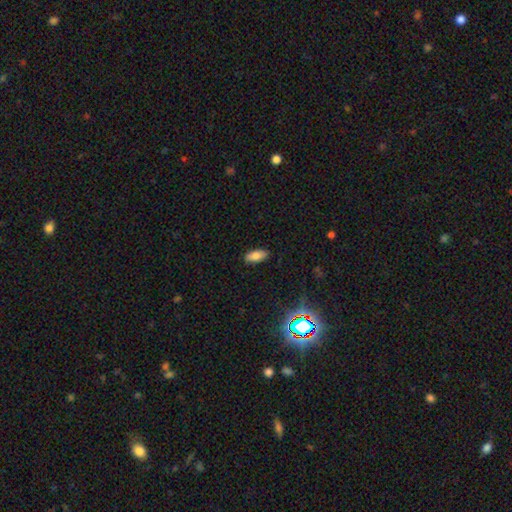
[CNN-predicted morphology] A smooth galaxy with no disk features (78%) that is in between round and cigar-shaped (88%).

Vote fractions:
- Smooth or featured? smooth: 78% / featured or disk: 12% / star or artifact: 9%
- How rounded? in between: 88% / cigar-shaped: 10% / round: 2%
- Merging? none: 86% / minor disturbance: 11% / major disturbance: 2% / merger: 1%